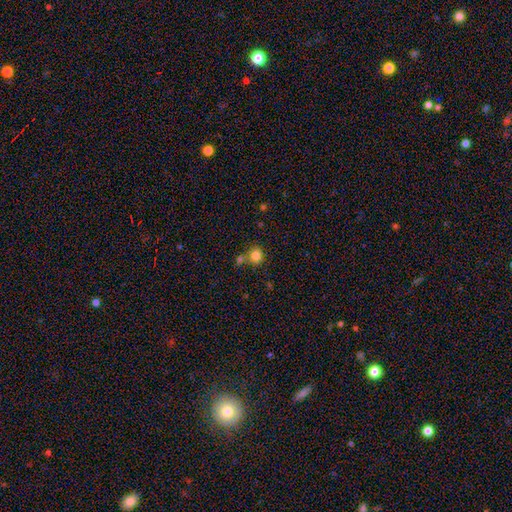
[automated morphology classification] This appears to be a smooth galaxy with no disk features (82%) that is round (87%). Merging: none (62%).